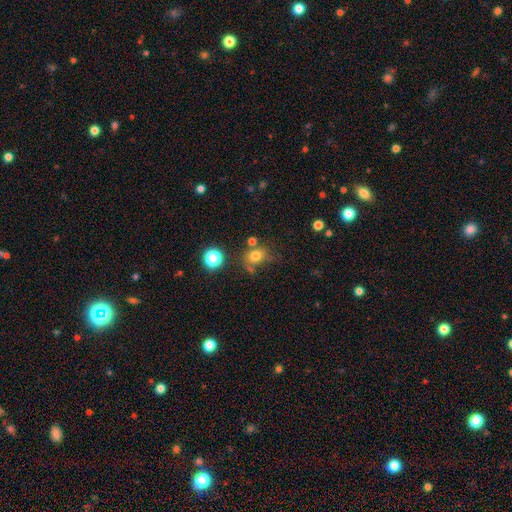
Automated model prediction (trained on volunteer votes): Morphology: type=smooth (75%); roundness=round (54%); merging=none (57%).